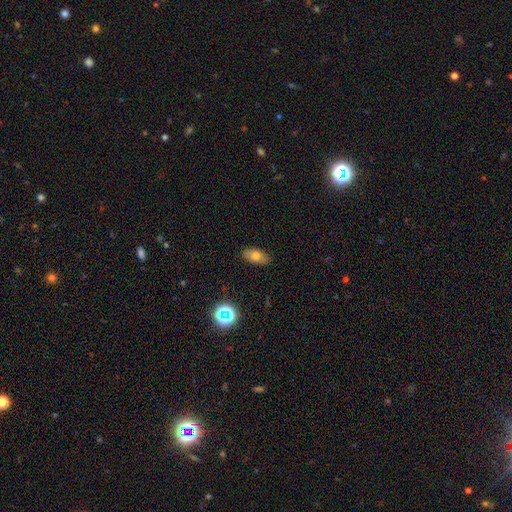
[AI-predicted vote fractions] smooth-or-featured: smooth: 71% | featured or disk: 18% | star or artifact: 11%
  how-rounded: in between: 89% | round: 6% | cigar-shaped: 5%
  merging: none: 86% | minor disturbance: 11% | major disturbance: 2% | merger: 1%